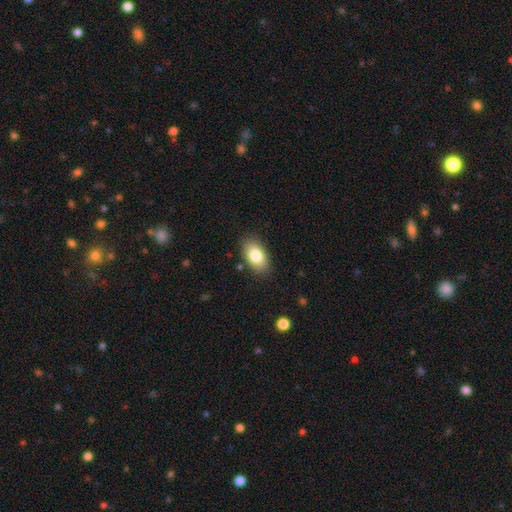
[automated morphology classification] Smooth or featured?
  - smooth: 81% *
  - featured or disk: 12%
  - star or artifact: 7%
How rounded?
  - in between: 92% *
  - round: 6%
  - cigar-shaped: 2%
Merging?
  - none: 86% *
  - minor disturbance: 10%
  - major disturbance: 3%
  - merger: 1%